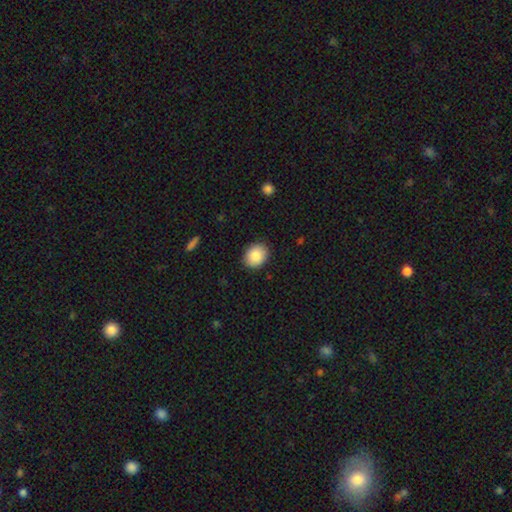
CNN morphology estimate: Smooth or featured? Predicted: smooth (p=0.86). How rounded? Predicted: round (p=0.55). Merging? Predicted: none (p=0.89).